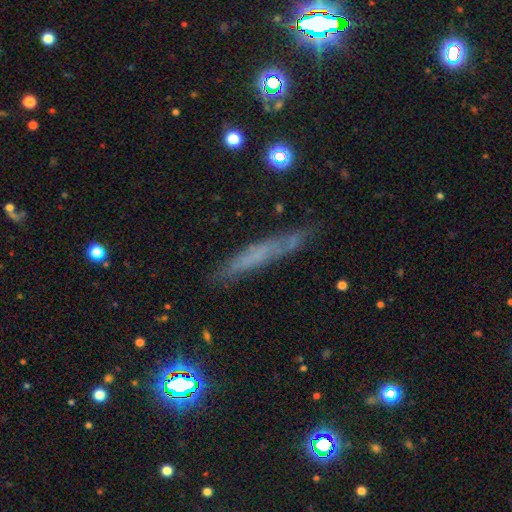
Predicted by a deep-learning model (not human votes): Smooth or featured? smooth (45%)
Merging? none (75%)